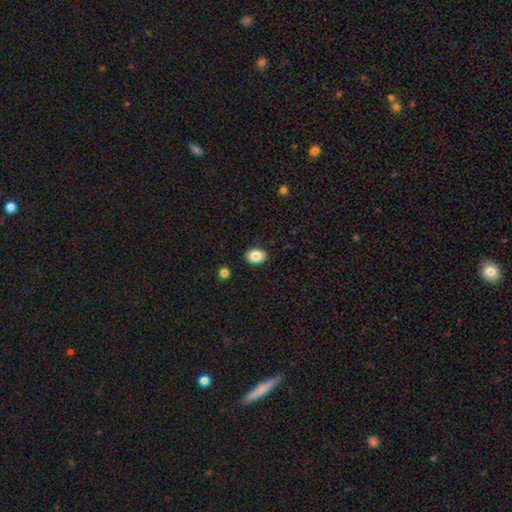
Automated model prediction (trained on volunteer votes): The model was most divided on "how rounded": in between: 71%, round: 28%, cigar-shaped: 1%. More confident: merging — none (88%); smooth or featured — smooth (87%).